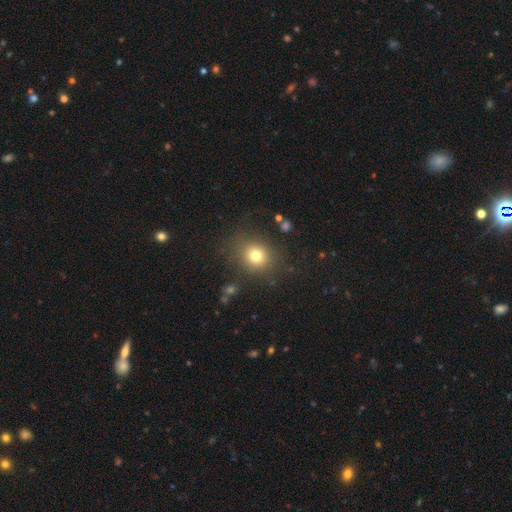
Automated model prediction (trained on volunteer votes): This is likely a smooth galaxy (76%). How rounded: likely round (78%). Merging: clearly none (81%).